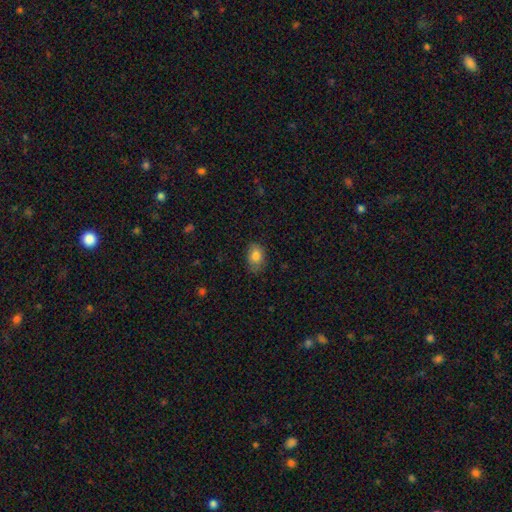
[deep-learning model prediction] Smooth or featured? smooth (83%)
How rounded? in between (80%)
Merging? none (75%)